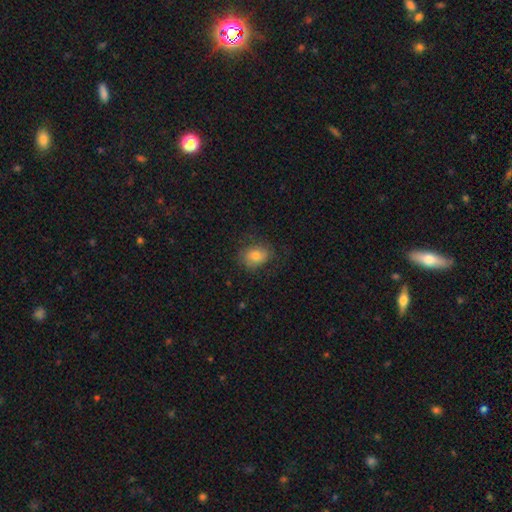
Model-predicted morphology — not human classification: Smooth or featured? Predicted: smooth (p=0.66). How rounded? Predicted: in between (p=0.52). Merging? Predicted: none (p=0.69).